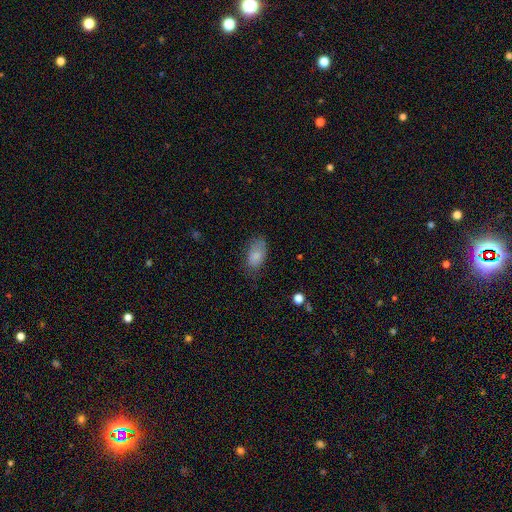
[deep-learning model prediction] Smooth or featured? smooth (84%)
How rounded? in between (93%)
Merging? none (66%)